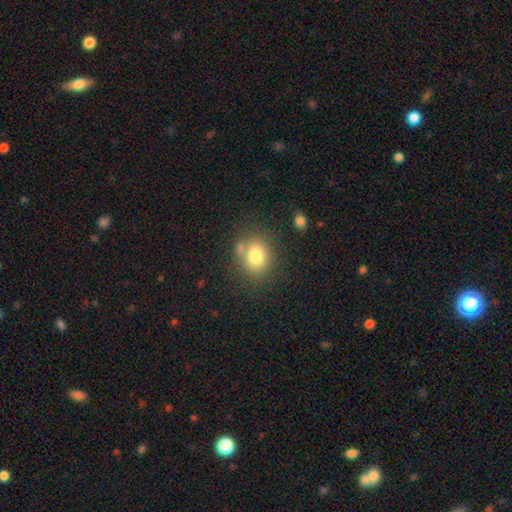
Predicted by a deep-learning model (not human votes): smooth 79%, star or artifact 11%, featured or disk 11%. Down the decision tree: how rounded — round (55%); merging — none (66%).